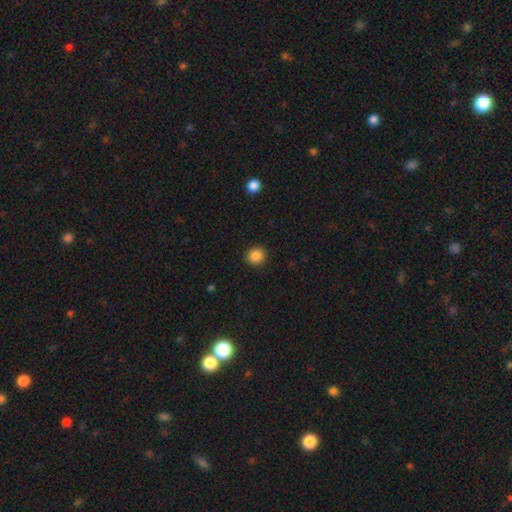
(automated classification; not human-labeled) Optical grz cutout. It shows a smooth galaxy with no disk features (86%) that is round (88%). Merging: none (91%).